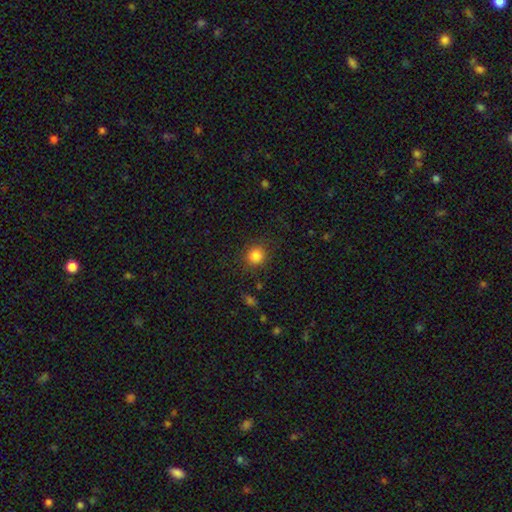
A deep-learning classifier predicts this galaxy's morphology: type=smooth (84%); roundness=round (88%); merging=none (85%).